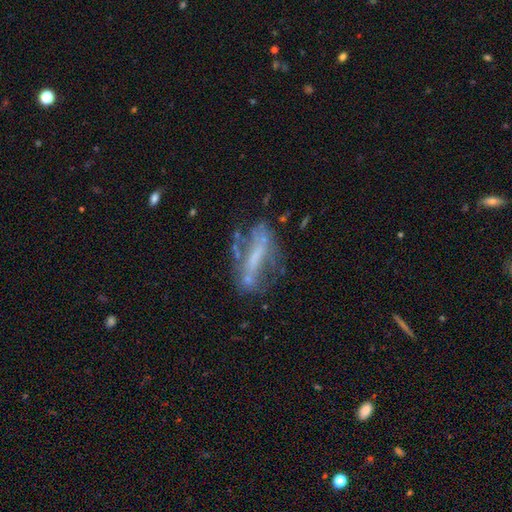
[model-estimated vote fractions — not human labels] featured or disk 66%, smooth 22%, star or artifact 12%. Down the decision tree: edge-on disk — no (79%); bar — strong (44%); spiral arms — no (58%); bulge size — none (46%); merging — none (46%).